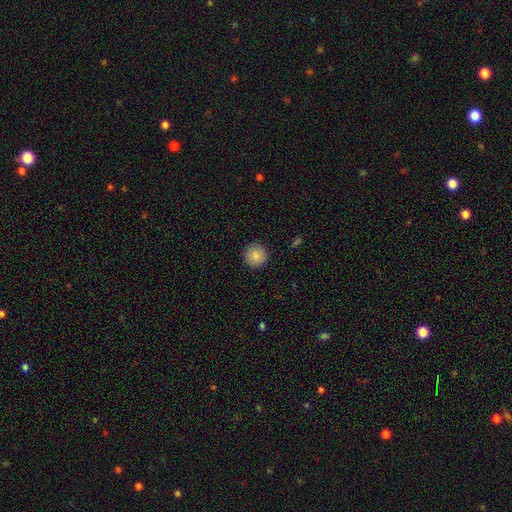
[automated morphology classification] Smooth or featured? smooth (86%)
How rounded? round (95%)
Merging? none (91%)